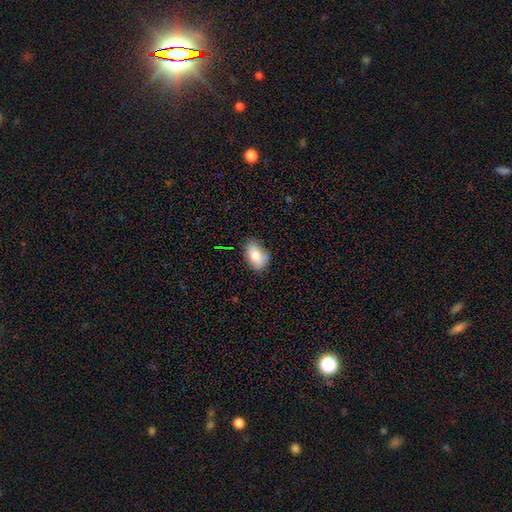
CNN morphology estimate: smooth 84%, featured or disk 9%, star or artifact 8%. Down the decision tree: how rounded — in between (88%); merging — none (68%).